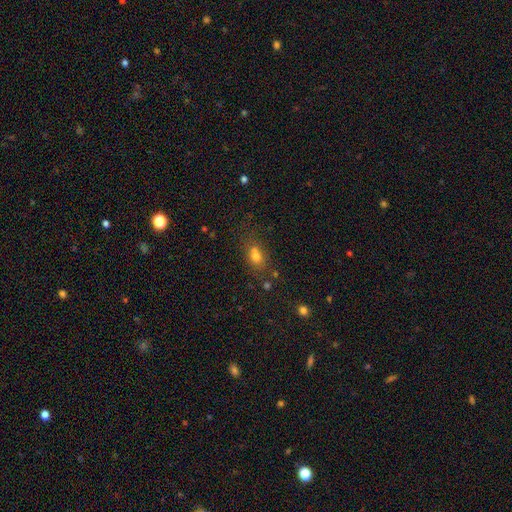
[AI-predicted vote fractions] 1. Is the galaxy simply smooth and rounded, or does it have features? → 71% smooth, 17% star or artifact, 12% featured or disk.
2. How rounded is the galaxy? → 71% in between, 24% round, 5% cigar-shaped.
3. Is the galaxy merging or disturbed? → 57% none, 19% merger, 17% minor disturbance, 7% major disturbance.